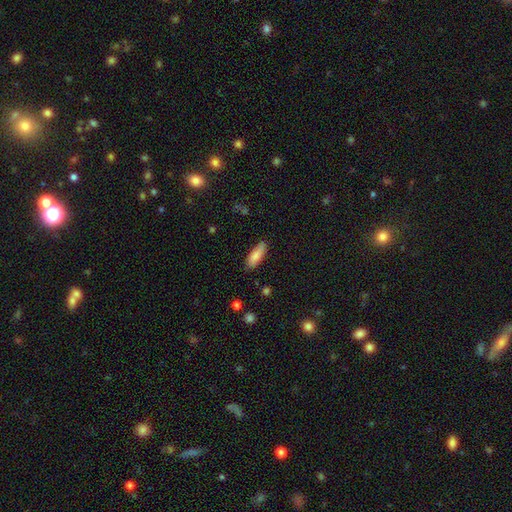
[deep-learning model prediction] This appears to be a smooth galaxy with no disk features (83%) that is in between round and cigar-shaped (66%). Merging: none (83%).